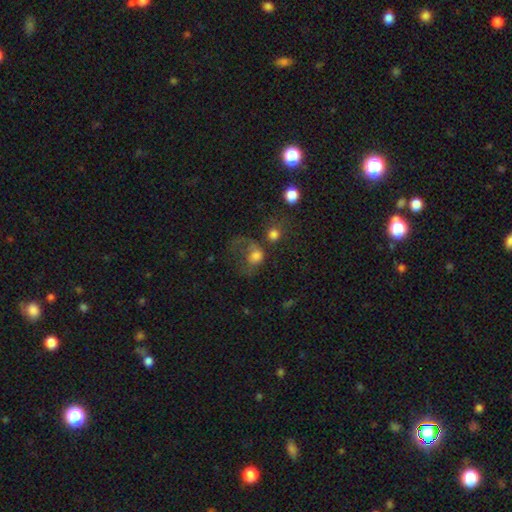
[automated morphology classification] A smooth galaxy with no disk features (64%) that is round (62%).

Vote fractions:
- Smooth or featured? smooth: 64% / featured or disk: 24% / star or artifact: 12%
- How rounded? round: 62% / in between: 37% / cigar-shaped: 1%
- Merging? major disturbance: 46% / none: 21% / merger: 20% / minor disturbance: 13%